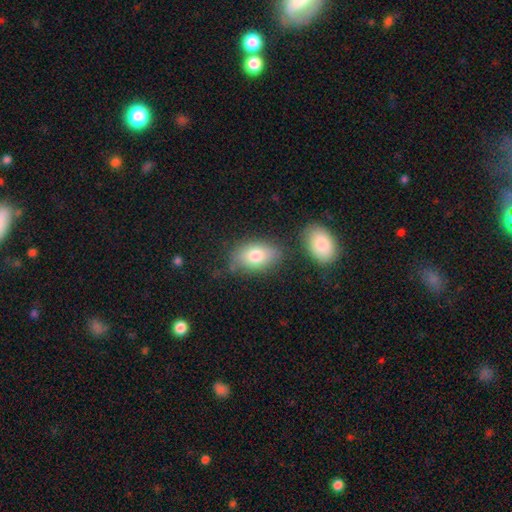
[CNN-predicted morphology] smooth-or-featured: smooth: 79% | featured or disk: 13% | star or artifact: 8%
  how-rounded: in between: 88% | round: 10% | cigar-shaped: 2%
  merging: none: 70% | minor disturbance: 17% | merger: 8% | major disturbance: 5%